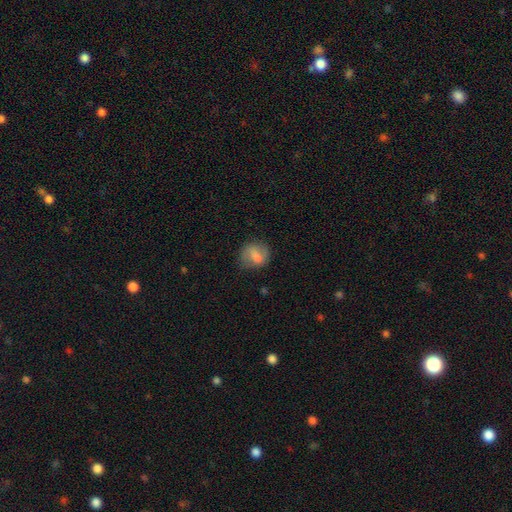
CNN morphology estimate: Q: Smooth or featured?
A: smooth (67%); runner-up: featured or disk (24%)
Q: How rounded?
A: round (61%); runner-up: in between (37%)
Q: Merging?
A: none (64%); runner-up: minor disturbance (24%)